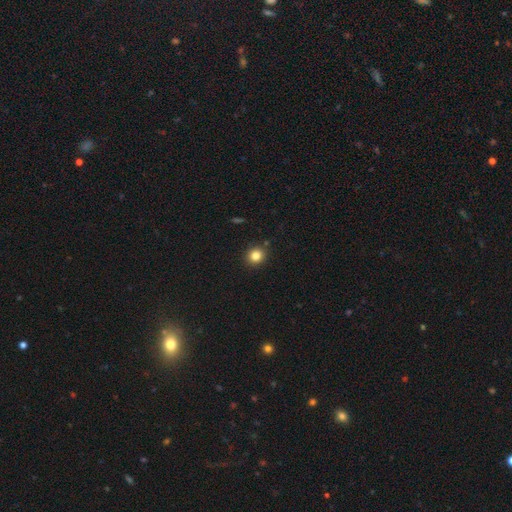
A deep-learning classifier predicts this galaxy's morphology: This is clearly a smooth galaxy (83%). How rounded: clearly round (88%). Merging: clearly none (90%).